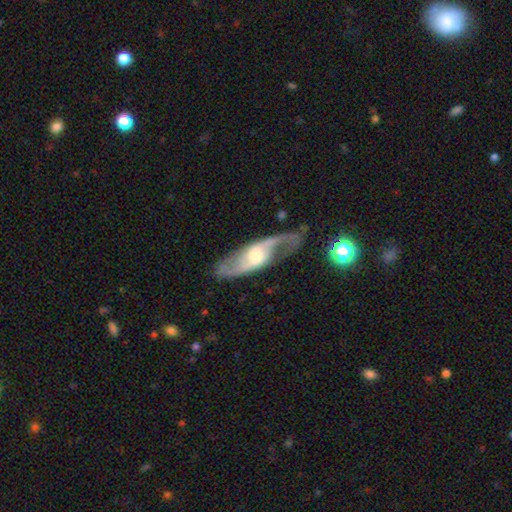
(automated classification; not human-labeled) smooth_or_featured: featured or disk (p=0.85) [alt: smooth p=0.11]
disk_edge_on: no (p=0.87) [alt: yes p=0.13]
bar: weak (p=0.47) [alt: no p=0.36]
has_spiral_arms: yes (p=0.94) [alt: no p=0.06]
spiral_winding: loose (p=0.56) [alt: medium p=0.35]
spiral_arm_count: 2 (p=0.91) [alt: can't tell p=0.04]
bulge_size: moderate (p=0.55) [alt: large p=0.24]
merging: none (p=0.74) [alt: minor disturbance p=0.15]